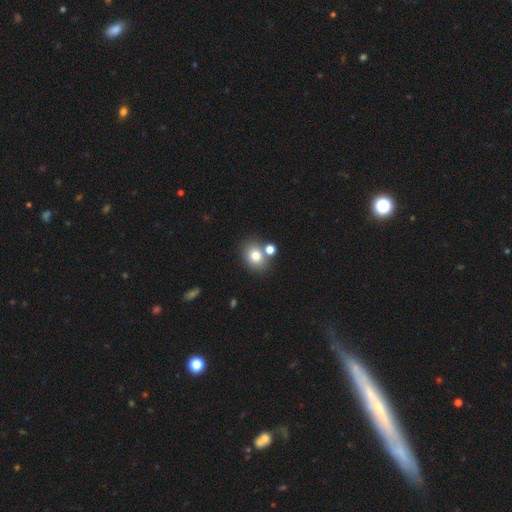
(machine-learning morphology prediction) Smooth or featured? smooth (78%)
How rounded? round (53%)
Merging? none (64%)